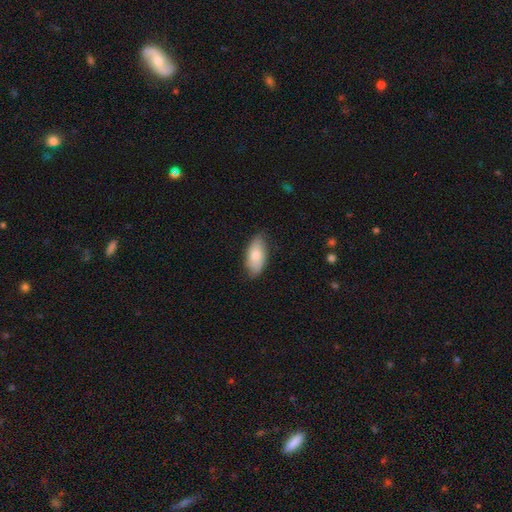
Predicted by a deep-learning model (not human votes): Overall: smooth (77%). How rounded: in between (90%). Merging: none (76%).